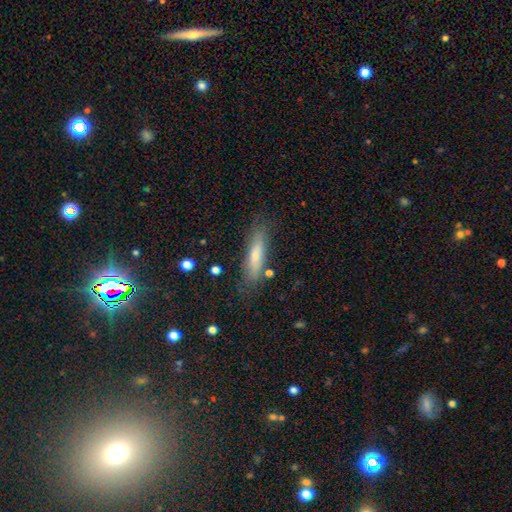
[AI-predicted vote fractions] Smooth or featured: smooth — 66% (featured or disk — 27%)
How rounded: cigar-shaped — 75% (in between — 24%)
Merging: none — 79% (minor disturbance — 14%)